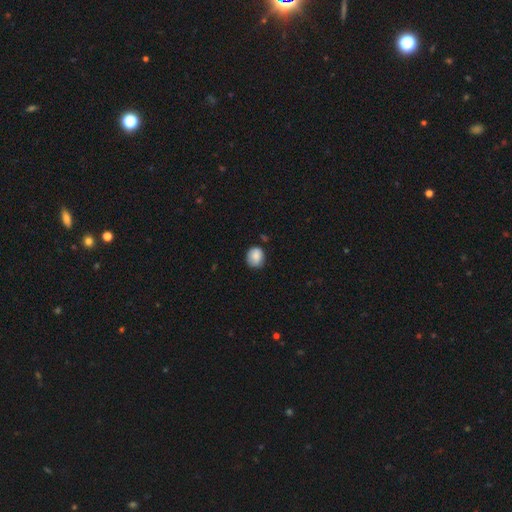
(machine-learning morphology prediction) Q: Smooth or featured?
A: smooth (85%); runner-up: star or artifact (8%)
Q: How rounded?
A: round (68%); runner-up: in between (31%)
Q: Merging?
A: none (69%); runner-up: minor disturbance (25%)